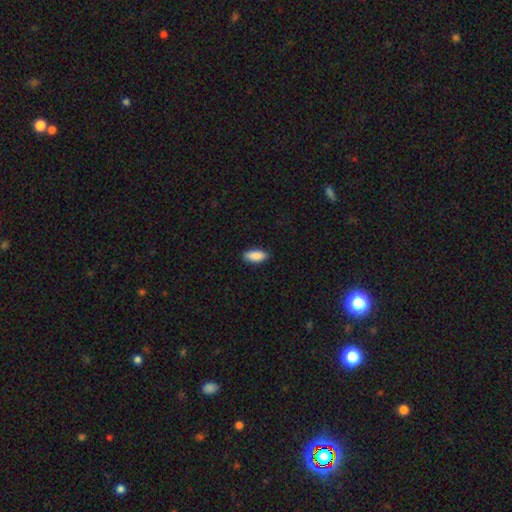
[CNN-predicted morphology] This appears to be a smooth galaxy with no disk features (90%) that is in between round and cigar-shaped (86%). Merging: none (88%).